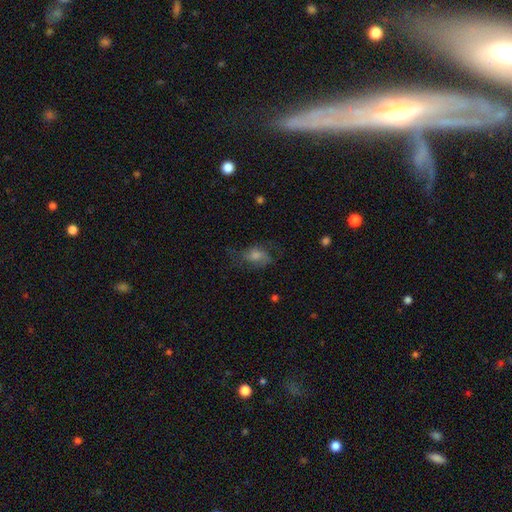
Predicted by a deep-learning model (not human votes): Smooth or featured? featured or disk (45%)
Merging? none (58%)